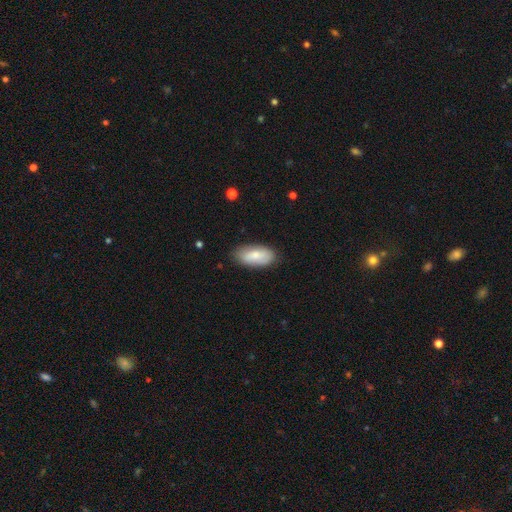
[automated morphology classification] Smooth or featured: smooth — 79% (featured or disk — 15%)
How rounded: in between — 92% (cigar-shaped — 6%)
Merging: none — 80% (minor disturbance — 15%)